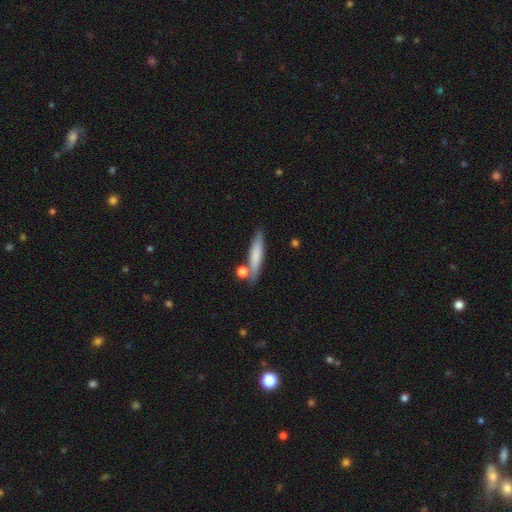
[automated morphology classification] smooth-or-featured: smooth: 74% | featured or disk: 20% | star or artifact: 6%
  how-rounded: cigar-shaped: 80% | in between: 18% | round: 2%
  merging: none: 72% | minor disturbance: 14% | merger: 11% | major disturbance: 3%